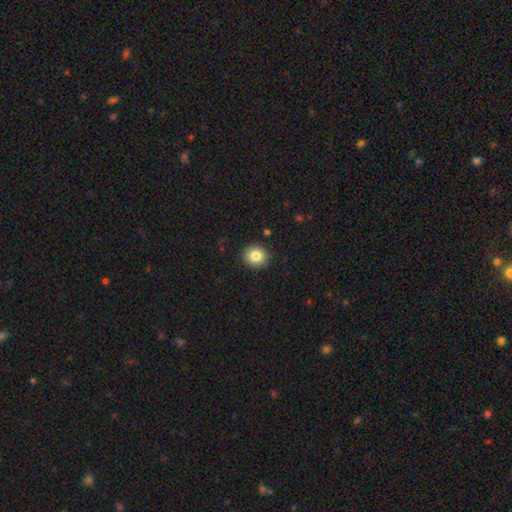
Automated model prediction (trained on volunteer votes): Q: Smooth or featured?
A: smooth (83%); runner-up: star or artifact (10%)
Q: How rounded?
A: round (87%); runner-up: in between (12%)
Q: Merging?
A: none (91%); runner-up: minor disturbance (6%)